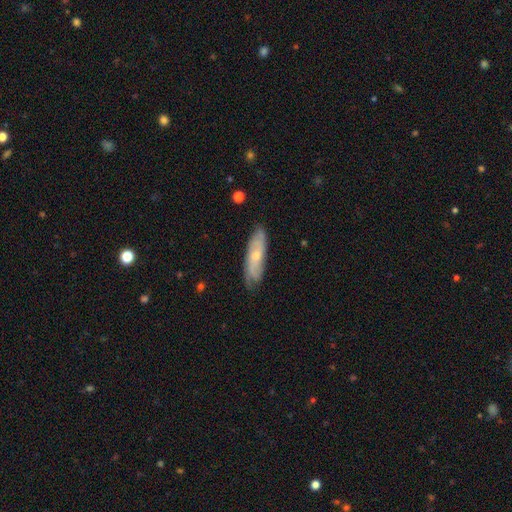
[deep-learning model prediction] featured or disk 54%, smooth 39%, star or artifact 6%. Down the decision tree: edge-on disk — no (70%); merging — none (76%).